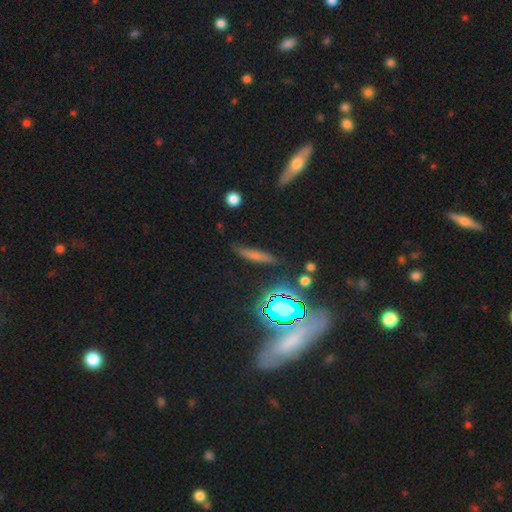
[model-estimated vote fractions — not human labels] This appears to be a smooth galaxy with no disk features (54%) that is cigar-shaped (85%). Merging: none (82%).